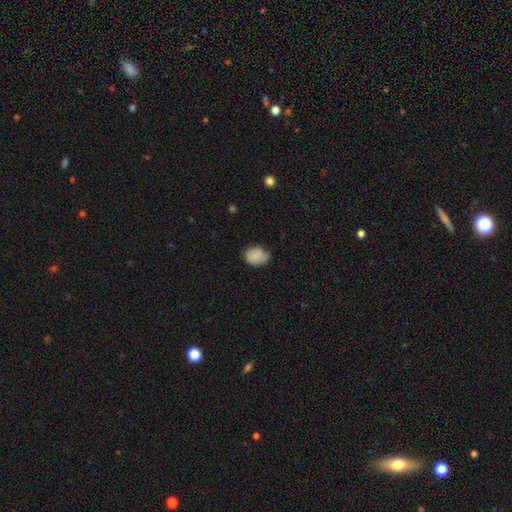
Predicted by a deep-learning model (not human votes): This is clearly a smooth galaxy (84%). How rounded: possibly in between (59%). Merging: possibly none (57%).